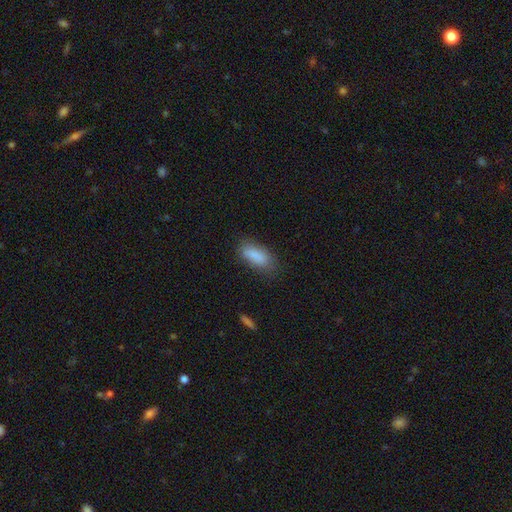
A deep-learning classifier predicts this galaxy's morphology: This is clearly a smooth galaxy (85%). How rounded: likely in between (79%). Merging: likely none (72%).